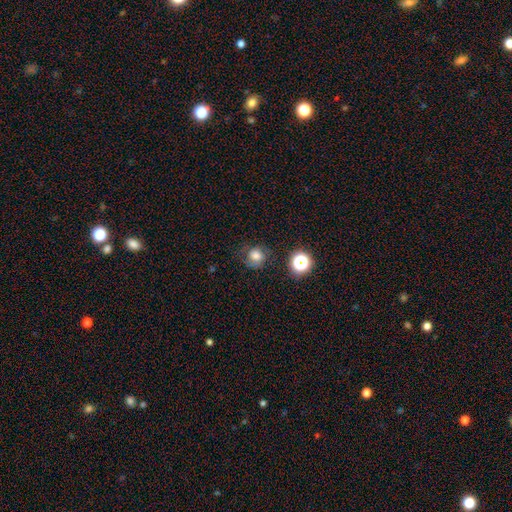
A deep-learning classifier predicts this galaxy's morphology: A smooth galaxy with no disk features (69%) that is round (80%).

Vote fractions:
- Smooth or featured? smooth: 69% / featured or disk: 16% / star or artifact: 15%
- How rounded? round: 80% / in between: 19% / cigar-shaped: 1%
- Merging? none: 58% / minor disturbance: 24% / major disturbance: 15% / merger: 3%